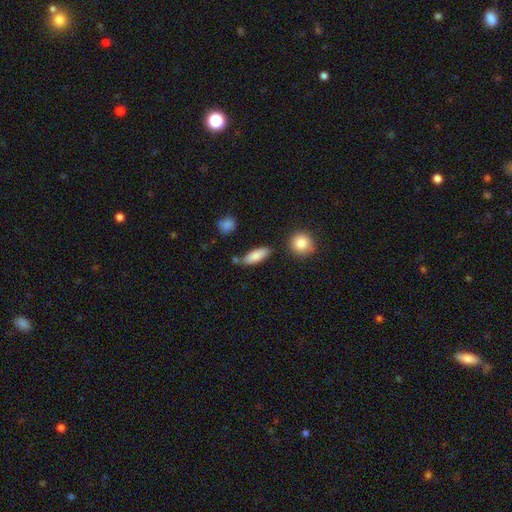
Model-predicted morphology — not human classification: Smooth or featured: smooth — 84% (featured or disk — 9%)
How rounded: in between — 74% (cigar-shaped — 24%)
Merging: none — 76% (minor disturbance — 14%)